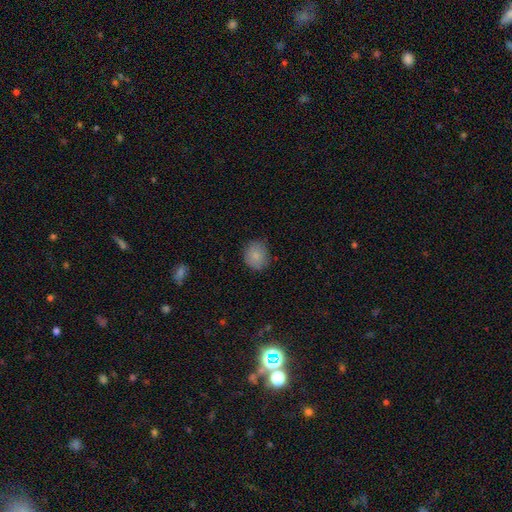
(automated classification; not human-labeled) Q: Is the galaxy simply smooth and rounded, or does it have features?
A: smooth — 84%.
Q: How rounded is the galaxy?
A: round — 77%.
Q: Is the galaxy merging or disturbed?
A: none — 77%.